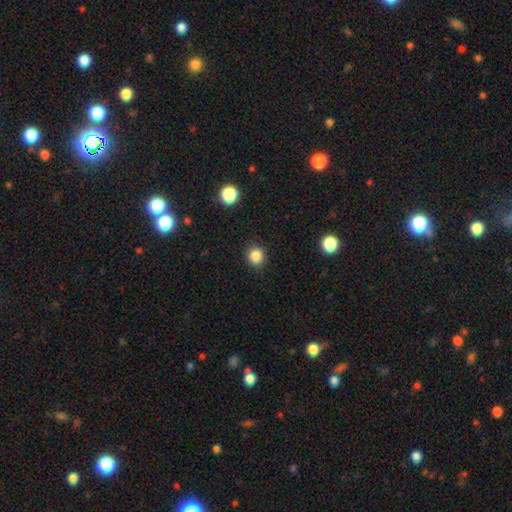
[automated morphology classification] A smooth galaxy with no disk features (85%) that is round (86%).

Vote fractions:
- Smooth or featured? smooth: 85% / star or artifact: 11% / featured or disk: 4%
- How rounded? round: 86% / in between: 13% / cigar-shaped: 1%
- Merging? none: 90% / minor disturbance: 7% / major disturbance: 2% / merger: 1%